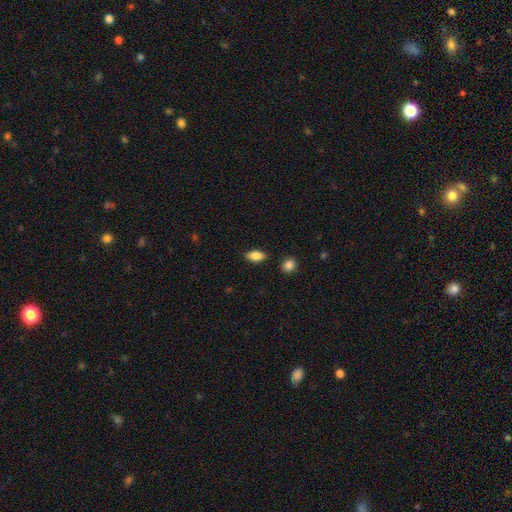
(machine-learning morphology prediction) Smooth or featured?
  - smooth: 83% *
  - featured or disk: 10%
  - star or artifact: 8%
How rounded?
  - in between: 88% *
  - cigar-shaped: 7%
  - round: 6%
Merging?
  - none: 86% *
  - minor disturbance: 10%
  - major disturbance: 2%
  - merger: 2%